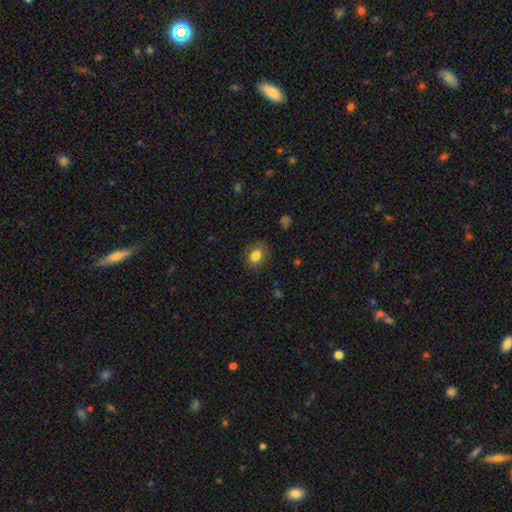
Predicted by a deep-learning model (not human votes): A smooth galaxy with no disk features (82%) that is in between round and cigar-shaped (57%).

Vote fractions:
- Smooth or featured? smooth: 82% / star or artifact: 10% / featured or disk: 8%
- How rounded? in between: 57% / round: 42% / cigar-shaped: 1%
- Merging? none: 82% / minor disturbance: 13% / major disturbance: 4% / merger: 1%